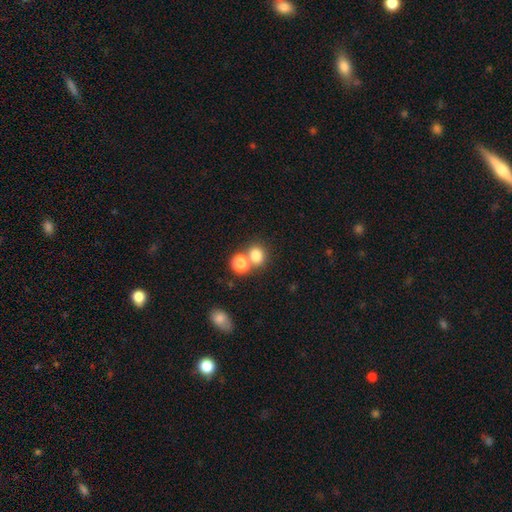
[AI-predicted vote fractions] A smooth galaxy with no disk features (78%) that is round (72%). Merging: none (50%).